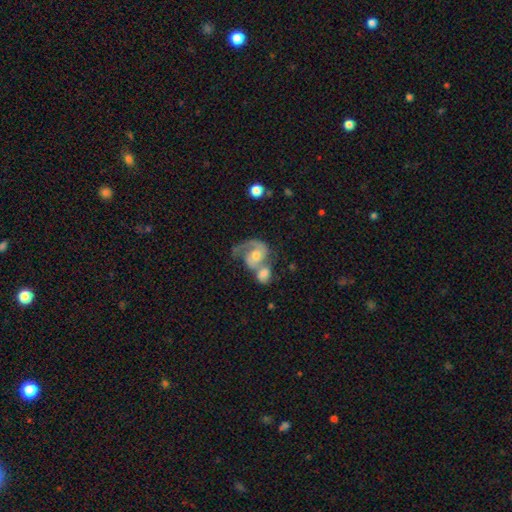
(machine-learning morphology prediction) This appears to be a featured or disk galaxy (75%) with no bar (66%), 1 (47%) medium (45%) spiral arms (89%) and a moderate central bulge (63%). Merging: merger (60%).